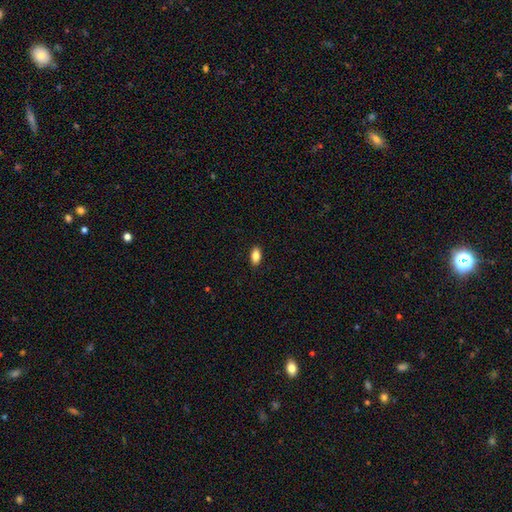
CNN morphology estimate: This appears to be a smooth galaxy with no disk features (85%) that is in between round and cigar-shaped (91%). Merging: none (90%).